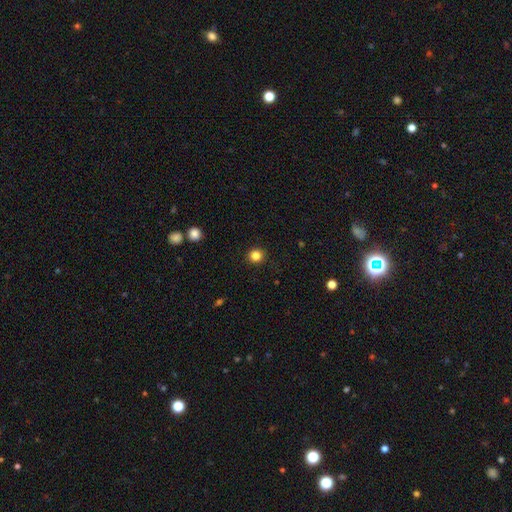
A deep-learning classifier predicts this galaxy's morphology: Overall: smooth (84%). How rounded: round (92%). Merging: none (92%).